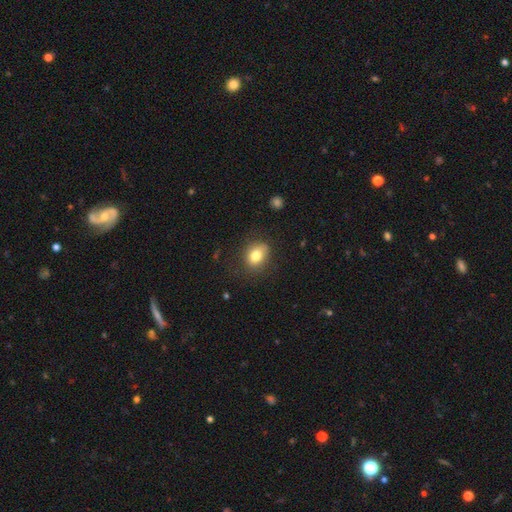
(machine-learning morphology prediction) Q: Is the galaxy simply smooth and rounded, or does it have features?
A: smooth — 80%.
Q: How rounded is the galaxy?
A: in between — 56%.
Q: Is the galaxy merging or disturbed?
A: none — 76%.